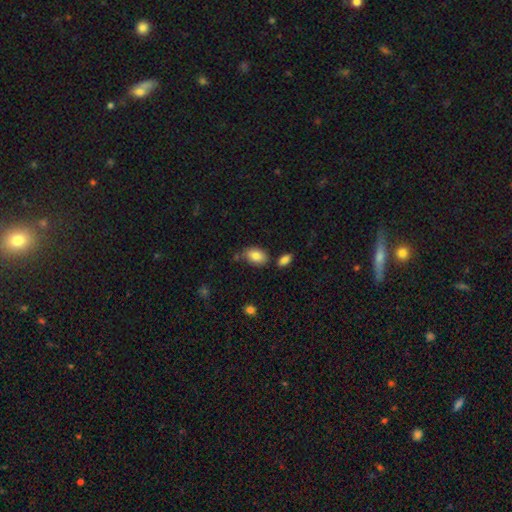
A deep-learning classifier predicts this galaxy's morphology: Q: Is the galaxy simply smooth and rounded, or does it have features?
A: smooth — 85%.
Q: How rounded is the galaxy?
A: in between — 90%.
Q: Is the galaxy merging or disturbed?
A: none — 68%.